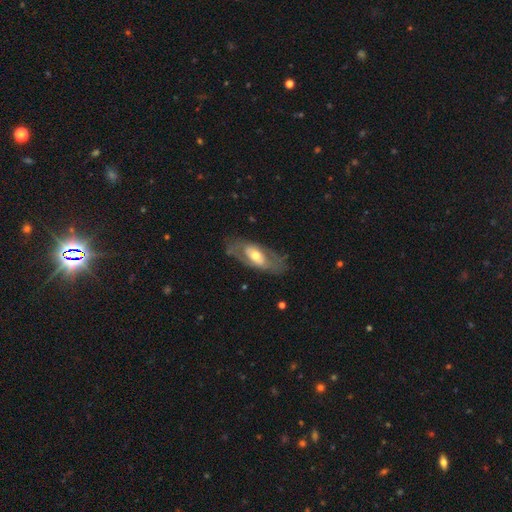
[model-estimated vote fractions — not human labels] The model was most divided on "spiral arms": no: 61%, yes: 39%. More confident: edge-on disk — no (86%); merging — none (69%); bulge size — moderate (65%); smooth or featured — featured or disk (61%); bar — no (57%).